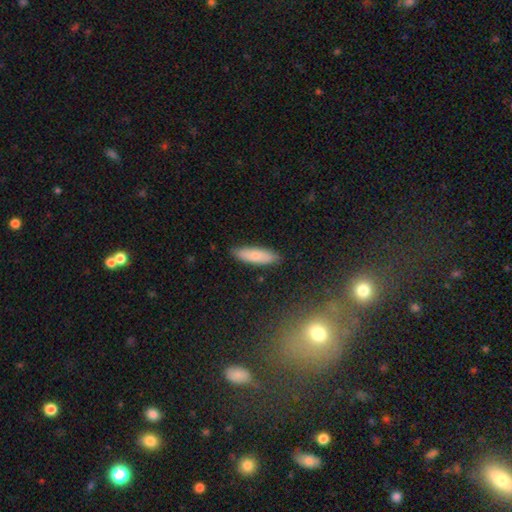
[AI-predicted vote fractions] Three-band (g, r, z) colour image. It shows a smooth galaxy with no disk features (76%) that is cigar-shaped (53%). Merging: none (86%).